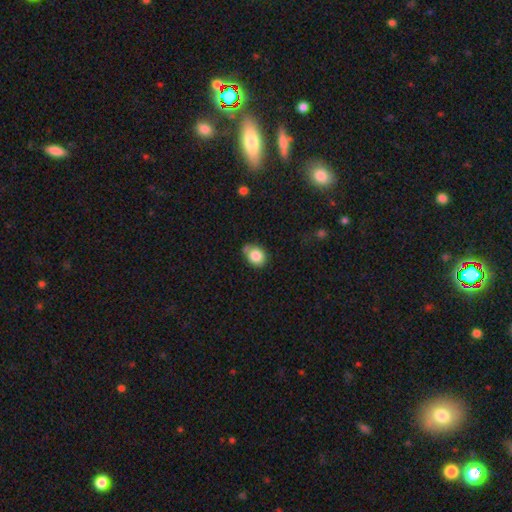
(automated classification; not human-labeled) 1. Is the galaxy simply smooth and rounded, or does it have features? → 84% smooth, 9% star or artifact, 7% featured or disk.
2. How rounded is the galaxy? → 59% round, 40% in between, 1% cigar-shaped.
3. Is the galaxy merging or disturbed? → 57% none, 26% minor disturbance, 11% merger, 6% major disturbance.